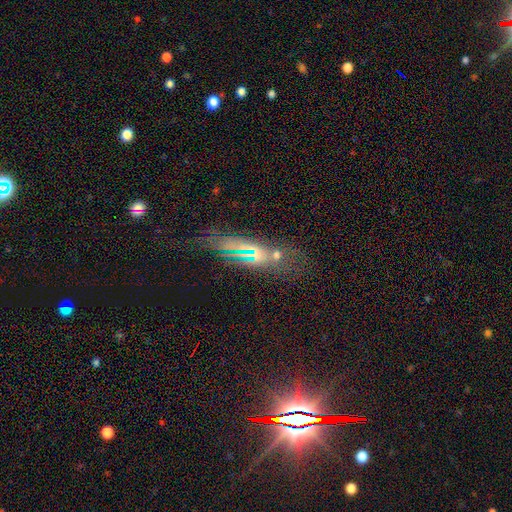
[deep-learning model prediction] This is marginally a featured or disk galaxy (35%). Merging: likely none (66%).